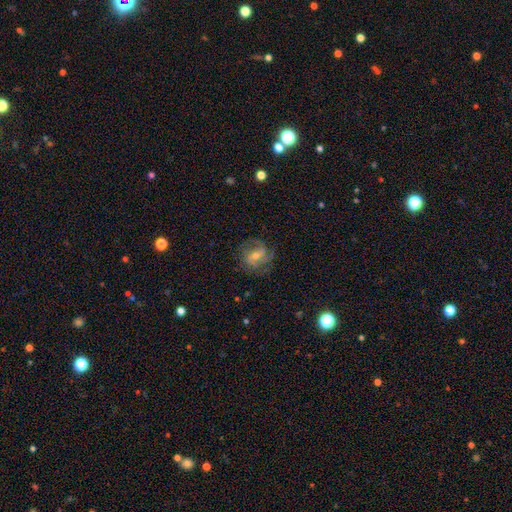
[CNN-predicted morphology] smooth_or_featured: featured or disk (p=0.73) [alt: smooth p=0.19]
disk_edge_on: no (p=0.97) [alt: yes p=0.03]
bar: weak (p=0.48) [alt: no p=0.33]
has_spiral_arms: yes (p=0.90) [alt: no p=0.10]
spiral_winding: medium (p=0.45) [alt: tight p=0.36]
spiral_arm_count: 2 (p=0.46) [alt: can't tell p=0.21]
bulge_size: moderate (p=0.56) [alt: small p=0.38]
merging: none (p=0.69) [alt: minor disturbance p=0.18]